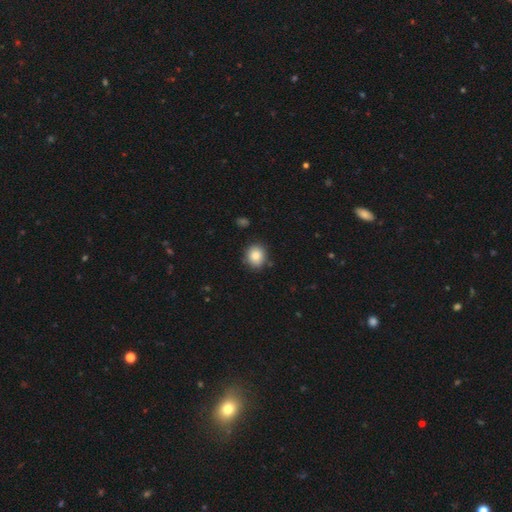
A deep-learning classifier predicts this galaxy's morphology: Smooth or featured?
  - smooth: 86% *
  - star or artifact: 9%
  - featured or disk: 6%
How rounded?
  - round: 76% *
  - in between: 24%
  - cigar-shaped: 1%
Merging?
  - none: 83% *
  - minor disturbance: 12%
  - major disturbance: 2%
  - merger: 2%